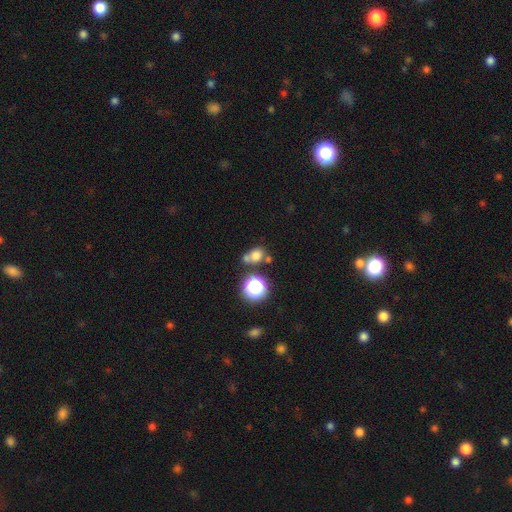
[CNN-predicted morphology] Smooth or featured: smooth — 71% (star or artifact — 20%)
How rounded: round — 60% (in between — 39%)
Merging: none — 51% (merger — 30%)